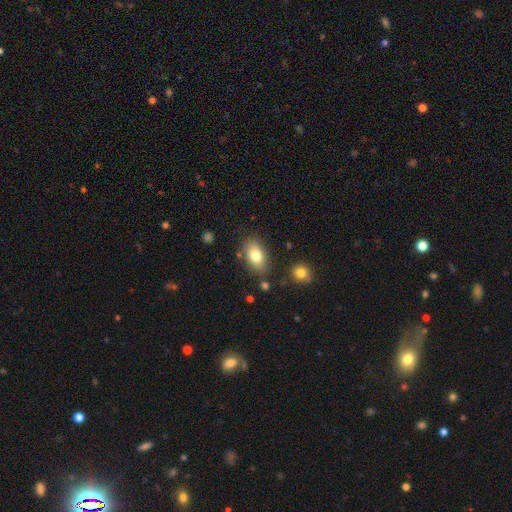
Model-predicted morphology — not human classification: Smooth or featured?
  - smooth: 80% *
  - featured or disk: 12%
  - star or artifact: 8%
How rounded?
  - in between: 89% *
  - round: 8%
  - cigar-shaped: 2%
Merging?
  - none: 80% *
  - minor disturbance: 12%
  - merger: 4%
  - major disturbance: 3%